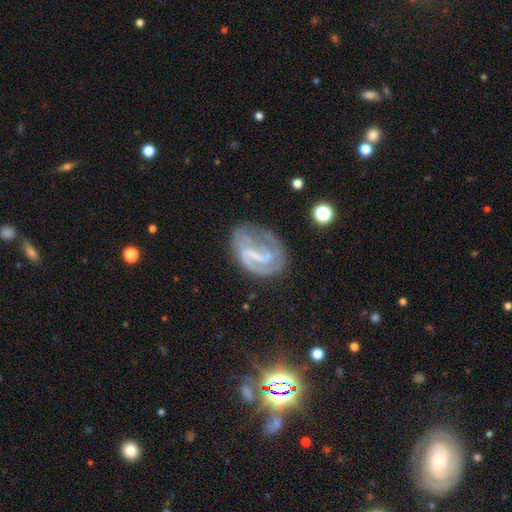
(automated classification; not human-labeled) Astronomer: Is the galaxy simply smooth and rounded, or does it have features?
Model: featured or disk — 77%.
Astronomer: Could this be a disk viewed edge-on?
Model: no — 97%.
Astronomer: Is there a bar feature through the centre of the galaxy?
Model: weak — 42% (runner-up: strong, 38%).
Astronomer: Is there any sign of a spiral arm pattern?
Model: yes — 85%.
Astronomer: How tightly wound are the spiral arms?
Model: medium — 40% (runner-up: tight, 38%).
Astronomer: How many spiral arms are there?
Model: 2 — 52%.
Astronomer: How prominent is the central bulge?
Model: none — 46% (runner-up: small, 38%).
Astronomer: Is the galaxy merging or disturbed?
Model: none — 52%.